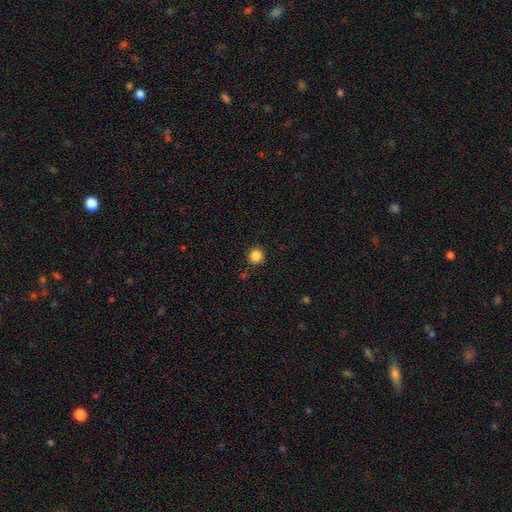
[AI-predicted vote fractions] Morphology: type=smooth (86%); roundness=round (94%); merging=none (90%).